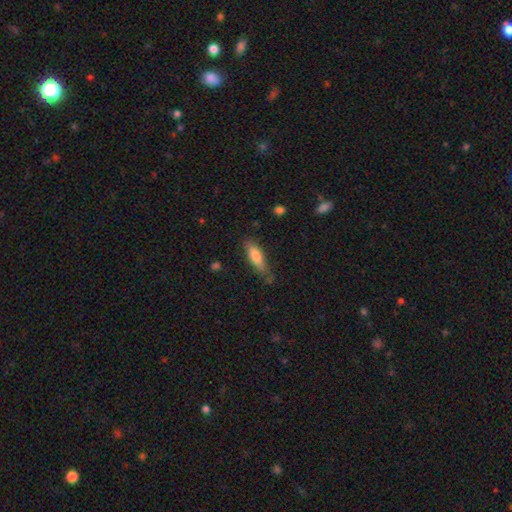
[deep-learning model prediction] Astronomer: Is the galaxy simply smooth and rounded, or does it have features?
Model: smooth — 74%.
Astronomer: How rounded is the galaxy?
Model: cigar-shaped — 56% (runner-up: in between, 42%).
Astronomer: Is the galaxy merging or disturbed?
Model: none — 71%.